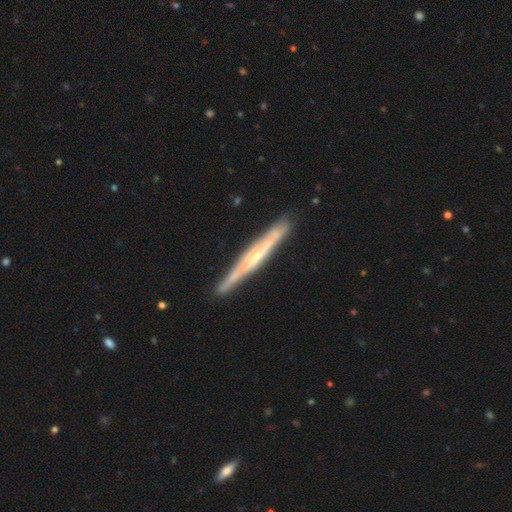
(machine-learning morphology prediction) This is likely a featured or disk galaxy (74%). It is clearly viewed edge-on (93%). Edge-on bulge: possibly none (47%). Merging: clearly none (84%).